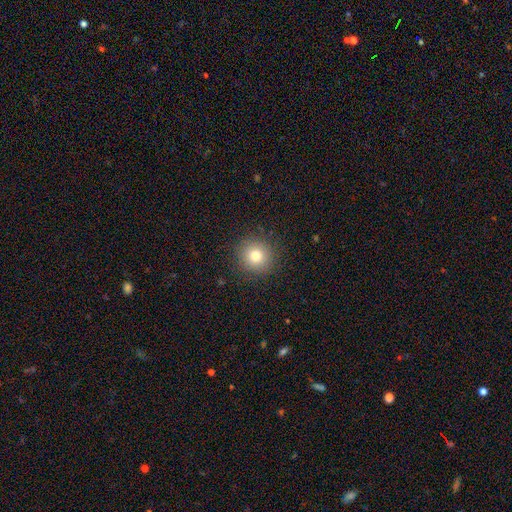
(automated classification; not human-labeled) Smooth or featured?
  - smooth: 78% *
  - star or artifact: 13%
  - featured or disk: 9%
How rounded?
  - round: 93% *
  - in between: 6%
  - cigar-shaped: 1%
Merging?
  - none: 89% *
  - minor disturbance: 7%
  - major disturbance: 3%
  - merger: 1%